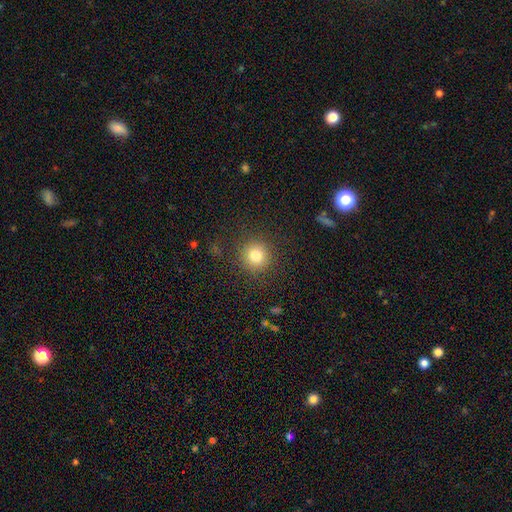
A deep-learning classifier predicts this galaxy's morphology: Overall: smooth (81%). How rounded: round (93%). Merging: none (88%).